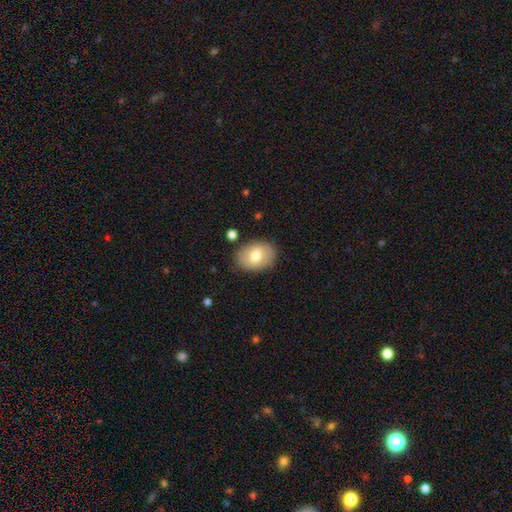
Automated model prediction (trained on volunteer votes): Smooth or featured? smooth (74%)
How rounded? in between (78%)
Merging? none (83%)